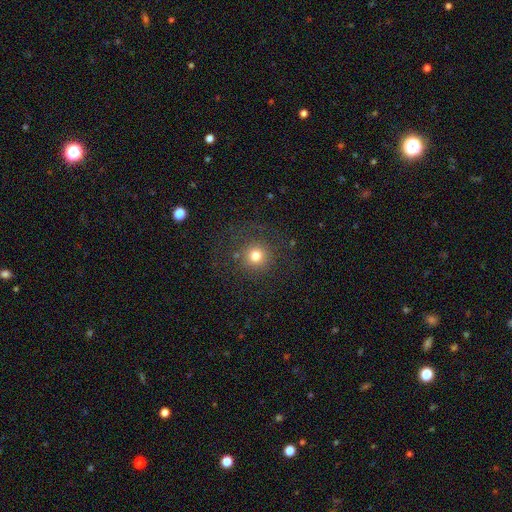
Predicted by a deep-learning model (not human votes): Smooth or featured?
  - smooth: 75% *
  - star or artifact: 15%
  - featured or disk: 10%
How rounded?
  - round: 94% *
  - in between: 5%
  - cigar-shaped: 1%
Merging?
  - none: 81% *
  - minor disturbance: 10%
  - major disturbance: 7%
  - merger: 2%